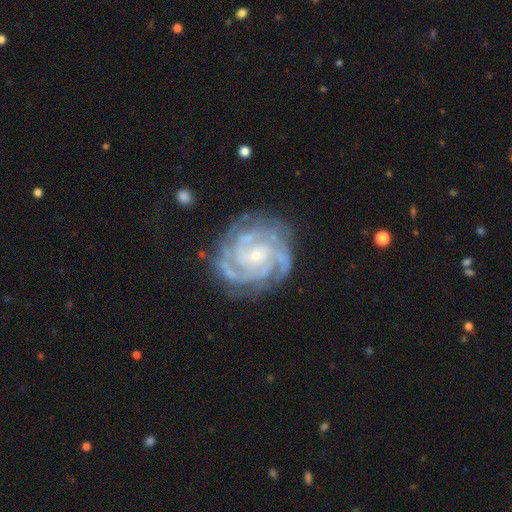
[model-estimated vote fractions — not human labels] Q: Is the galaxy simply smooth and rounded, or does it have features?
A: featured or disk — 89%.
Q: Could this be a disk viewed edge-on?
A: no — 98%.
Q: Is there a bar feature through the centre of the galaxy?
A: no — 66%.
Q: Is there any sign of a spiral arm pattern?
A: yes — 98%.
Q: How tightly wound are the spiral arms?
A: tight — 71%.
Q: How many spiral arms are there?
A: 3 — 30%.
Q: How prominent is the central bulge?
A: small — 80%.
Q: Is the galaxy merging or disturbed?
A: none — 75%.